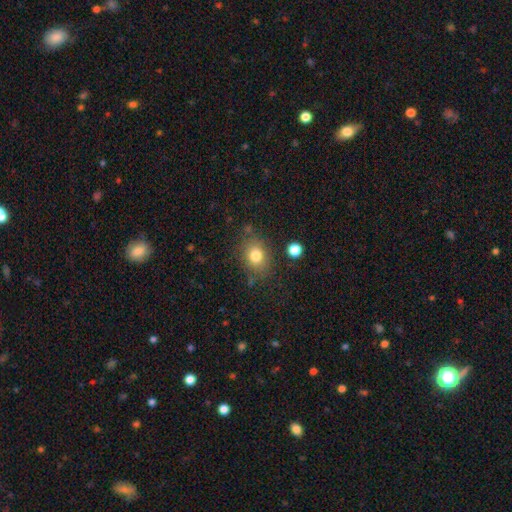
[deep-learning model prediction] A smooth galaxy with no disk features (79%) that is in between round and cigar-shaped (52%).

Vote fractions:
- Smooth or featured? smooth: 79% / star or artifact: 11% / featured or disk: 9%
- How rounded? in between: 52% / round: 47% / cigar-shaped: 1%
- Merging? none: 78% / minor disturbance: 14% / major disturbance: 5% / merger: 4%